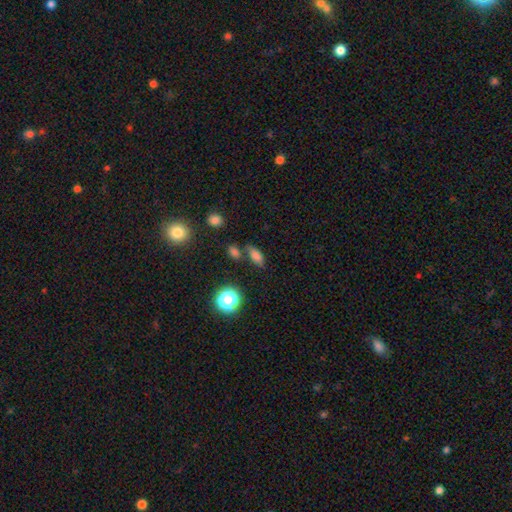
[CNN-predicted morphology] The model was most divided on "merging": none: 65%, merger: 16%, minor disturbance: 14%, major disturbance: 5%. More confident: how rounded — in between (77%); smooth or featured — smooth (75%).